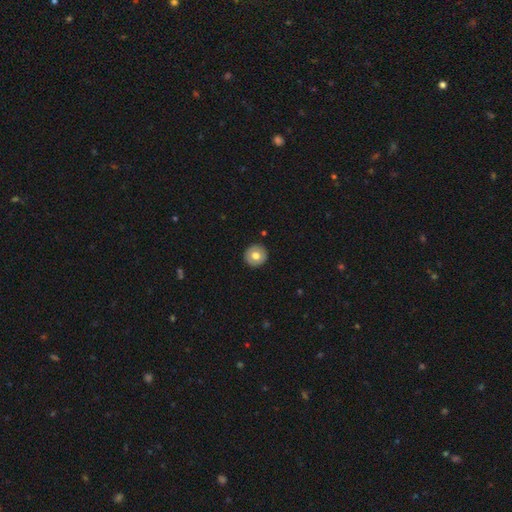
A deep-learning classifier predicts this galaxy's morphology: Smooth or featured? smooth (71%)
How rounded? round (93%)
Merging? none (91%)